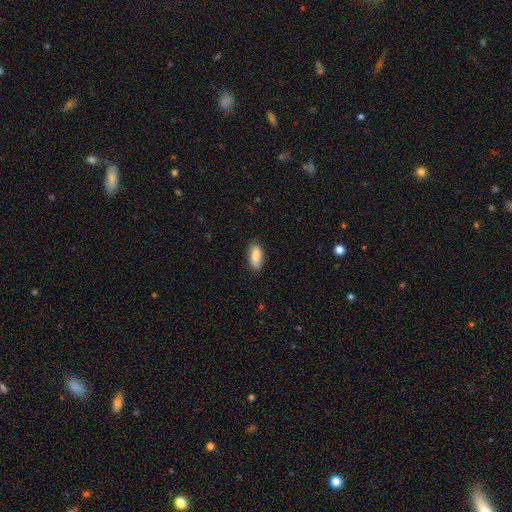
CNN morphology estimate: type=smooth (86%); roundness=in between (85%); merging=none (84%).